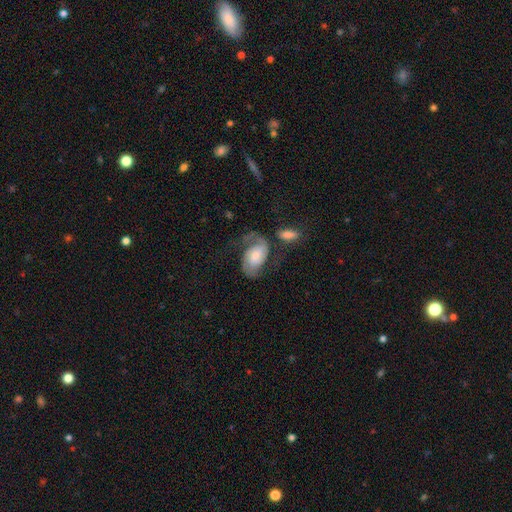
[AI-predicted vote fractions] Q: Smooth or featured?
A: featured or disk (74%); runner-up: smooth (19%)
Q: Edge-on disk?
A: no (97%); runner-up: yes (3%)
Q: Bar?
A: no (55%); runner-up: weak (35%)
Q: Spiral arms?
A: yes (94%); runner-up: no (6%)
Q: Spiral winding?
A: medium (43%); runner-up: loose (39%)
Q: Spiral arm count?
A: 2 (82%); runner-up: 1 (10%)
Q: Bulge size?
A: small (43%); runner-up: moderate (39%)
Q: Merging?
A: none (43%); runner-up: major disturbance (26%)